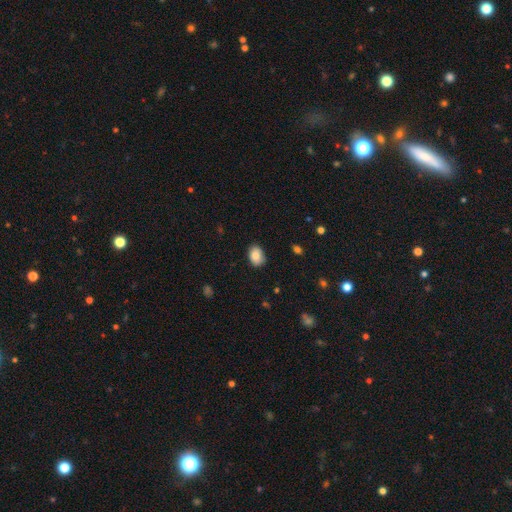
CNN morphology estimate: Smooth or featured?
  - smooth: 86% *
  - star or artifact: 7%
  - featured or disk: 7%
How rounded?
  - in between: 80% *
  - round: 19%
  - cigar-shaped: 1%
Merging?
  - none: 82% *
  - minor disturbance: 14%
  - major disturbance: 3%
  - merger: 1%